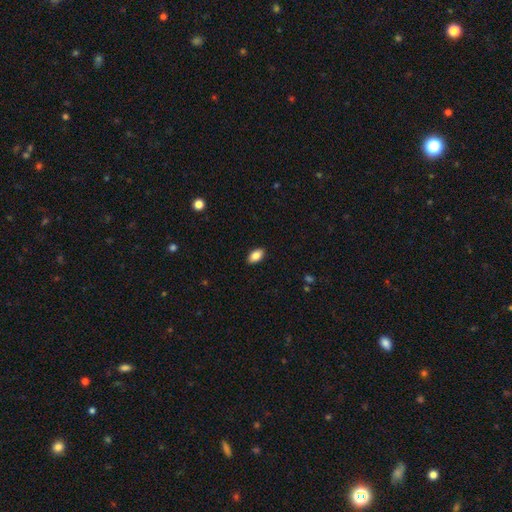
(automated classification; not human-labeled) A smooth galaxy with no disk features (85%) that is in between round and cigar-shaped (92%).

Vote fractions:
- Smooth or featured? smooth: 85% / star or artifact: 8% / featured or disk: 7%
- How rounded? in between: 92% / round: 5% / cigar-shaped: 3%
- Merging? none: 89% / minor disturbance: 8% / major disturbance: 2% / merger: 1%